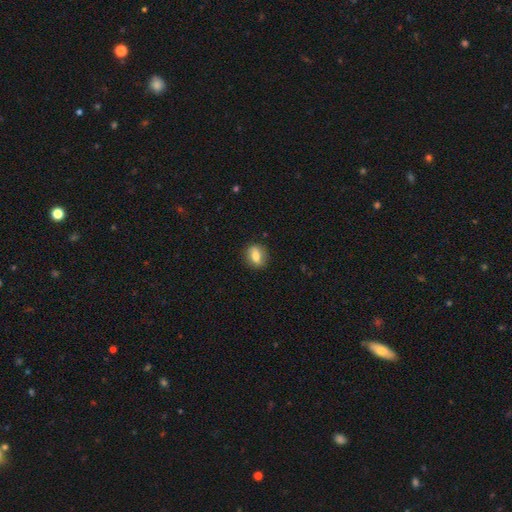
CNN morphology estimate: smooth_or_featured: smooth (p=0.72) [alt: featured or disk p=0.20]
how_rounded: in between (p=0.60) [alt: round p=0.35]
merging: none (p=0.86) [alt: minor disturbance p=0.10]